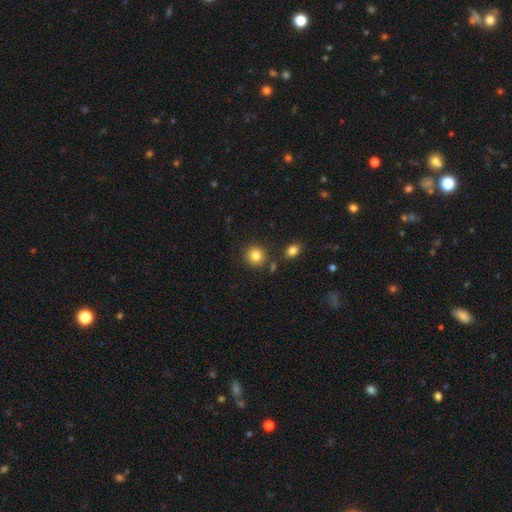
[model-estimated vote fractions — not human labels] Morphology: type=smooth (83%); roundness=round (88%); merging=none (82%).